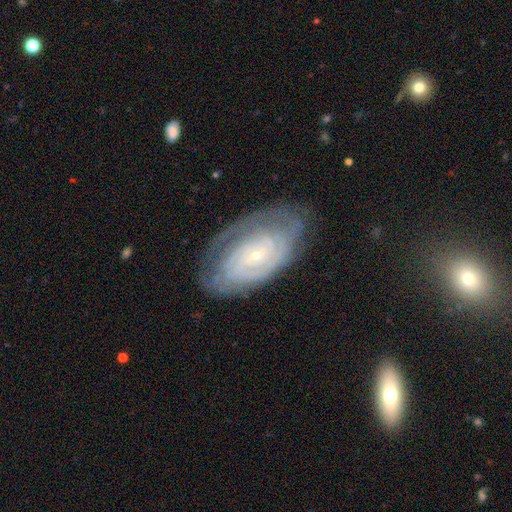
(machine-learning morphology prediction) The model was most divided on "spiral arm count": can't tell: 43%, 2: 23%, 3: 13%, 4: 10%, more than 4: 6%, 1: 5%. More confident: edge-on disk — no (95%); spiral arms — yes (93%); bulge size — small (86%); smooth or featured — featured or disk (82%); spiral winding — tight (77%); merging — none (73%); bar — no (69%).